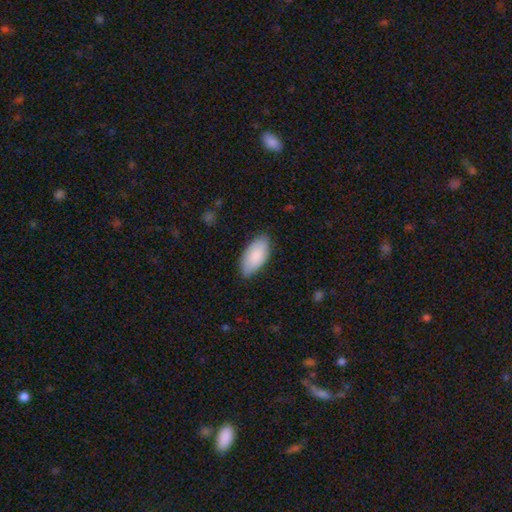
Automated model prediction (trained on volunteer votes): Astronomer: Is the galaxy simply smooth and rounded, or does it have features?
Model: smooth — 86%.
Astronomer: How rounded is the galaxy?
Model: in between — 93%.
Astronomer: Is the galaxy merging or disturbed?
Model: none — 77%.